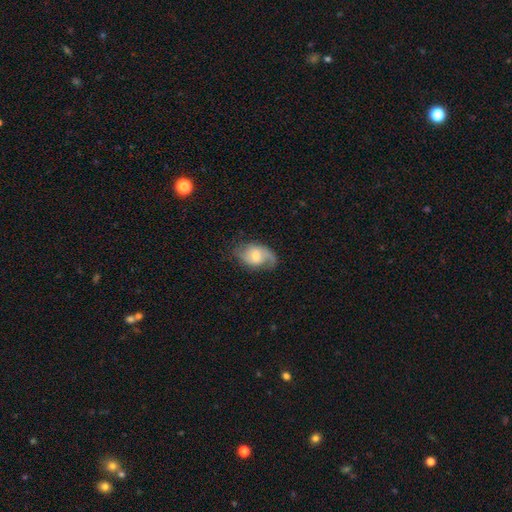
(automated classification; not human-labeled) Smooth or featured?
  - featured or disk: 67% *
  - smooth: 27%
  - star or artifact: 6%
Edge-on disk?
  - no: 96% *
  - yes: 4%
Bar?
  - weak: 49% *
  - no: 42%
  - strong: 10%
Spiral arms?
  - yes: 89% *
  - no: 11%
Spiral winding?
  - medium: 43% *
  - loose: 38%
  - tight: 19%
Spiral arm count?
  - 2: 64% *
  - 1: 23%
  - can't tell: 9%
  - 3: 2%
  - 4: 1%
  - more than 4: 1%
Bulge size?
  - moderate: 57% *
  - small: 32%
  - large: 7%
  - none: 3%
  - dominant: 1%
Merging?
  - none: 63% *
  - minor disturbance: 24%
  - major disturbance: 12%
  - merger: 1%